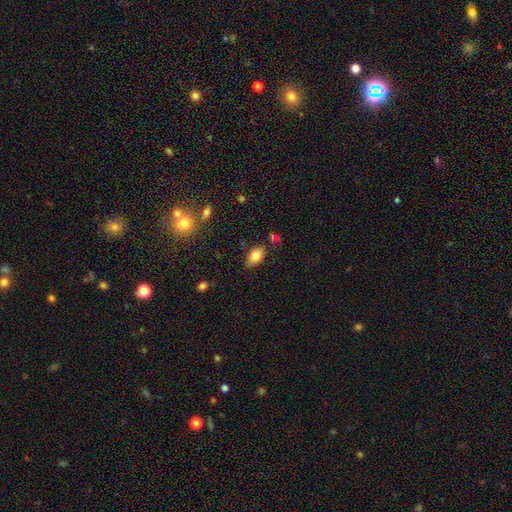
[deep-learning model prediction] This is clearly a smooth galaxy (81%). How rounded: clearly in between (89%). Merging: likely none (78%).